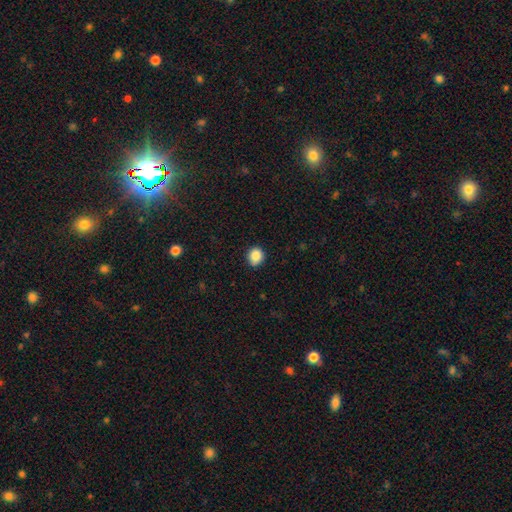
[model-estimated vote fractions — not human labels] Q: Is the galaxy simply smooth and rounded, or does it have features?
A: smooth — 87%.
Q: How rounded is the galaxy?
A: round — 77%.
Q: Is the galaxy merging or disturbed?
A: none — 83%.